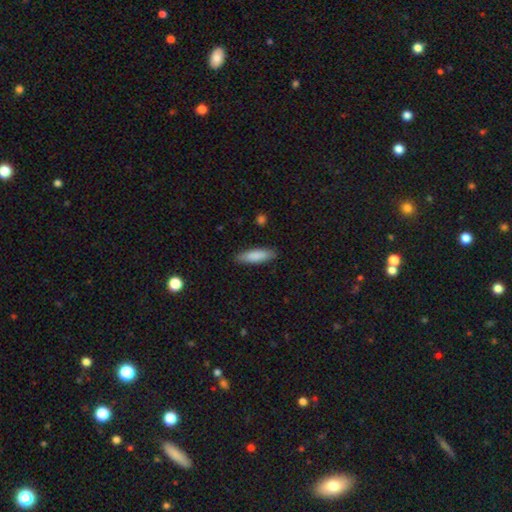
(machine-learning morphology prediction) Q: Smooth or featured?
A: smooth (86%); runner-up: featured or disk (8%)
Q: How rounded?
A: cigar-shaped (59%); runner-up: in between (39%)
Q: Merging?
A: none (88%); runner-up: minor disturbance (9%)